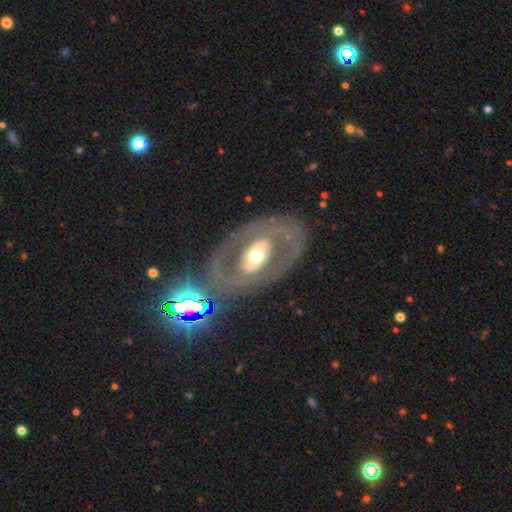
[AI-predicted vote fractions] This appears to be a featured or disk galaxy (72%) with no bar (58%), no spiral arms (64%) and a moderate central bulge (65%). Merging: none (72%).